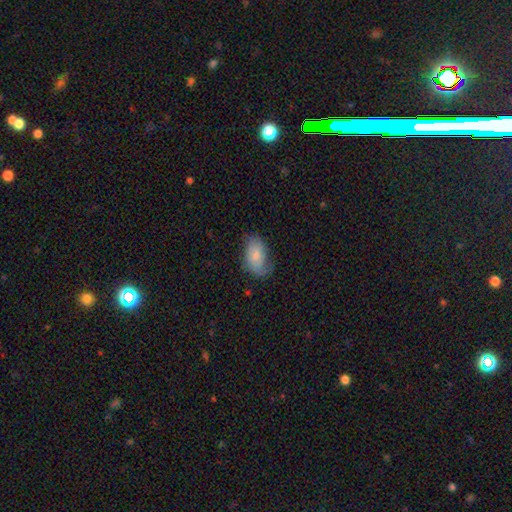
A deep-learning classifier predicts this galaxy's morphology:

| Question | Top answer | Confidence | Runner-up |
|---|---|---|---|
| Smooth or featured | smooth | 72% | featured or disk (21%) |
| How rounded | in between | 92% | round (6%) |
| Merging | none | 56% | minor disturbance (31%) |